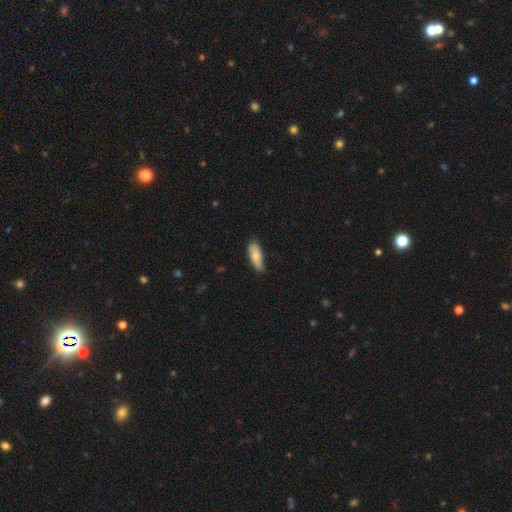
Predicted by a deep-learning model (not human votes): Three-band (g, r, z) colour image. It shows a smooth galaxy with no disk features (75%) that is in between round and cigar-shaped (71%). Merging: none (60%).